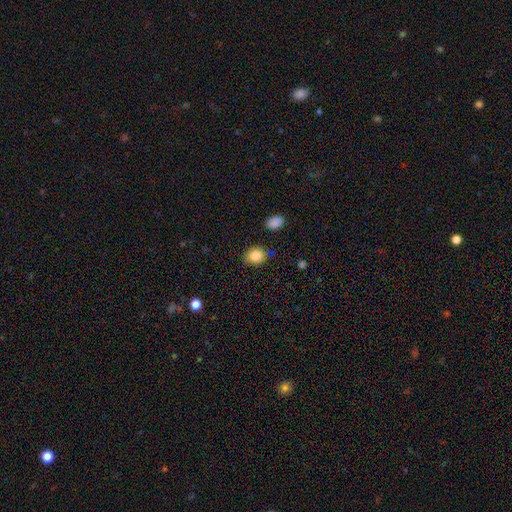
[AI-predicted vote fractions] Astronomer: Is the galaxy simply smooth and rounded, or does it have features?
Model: smooth — 85%.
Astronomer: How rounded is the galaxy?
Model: round — 53% (runner-up: in between, 46%).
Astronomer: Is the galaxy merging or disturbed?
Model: none — 74%.